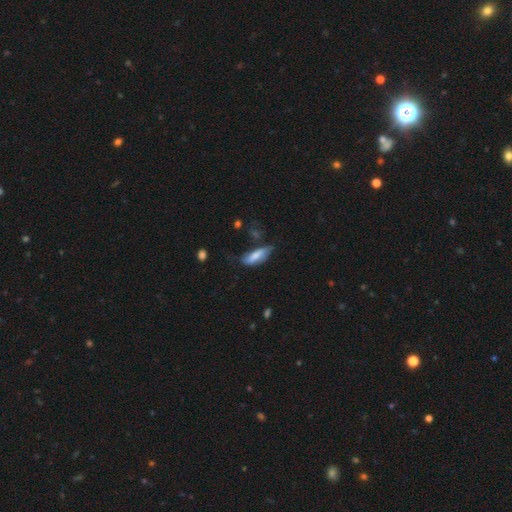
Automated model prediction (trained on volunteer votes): A smooth galaxy with no disk features (71%) that is in between round and cigar-shaped (68%).

Vote fractions:
- Smooth or featured? smooth: 71% / featured or disk: 22% / star or artifact: 7%
- How rounded? in between: 68% / cigar-shaped: 30% / round: 2%
- Merging? none: 41% / minor disturbance: 40% / major disturbance: 16% / merger: 4%